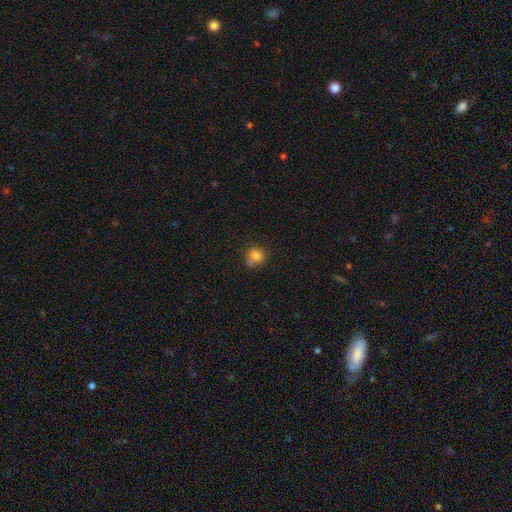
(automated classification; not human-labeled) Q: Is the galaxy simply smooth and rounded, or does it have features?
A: smooth — 81%.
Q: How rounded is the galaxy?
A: round — 80%.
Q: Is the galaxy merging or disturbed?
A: none — 58%.